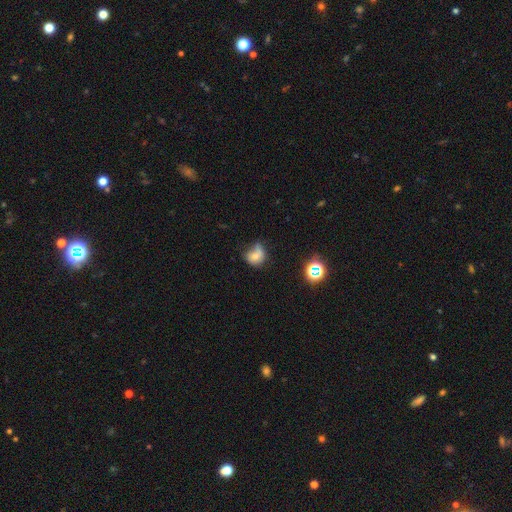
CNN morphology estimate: A smooth galaxy with no disk features (63%) that is round (64%).

Vote fractions:
- Smooth or featured? smooth: 63% / featured or disk: 22% / star or artifact: 15%
- How rounded? round: 64% / in between: 35% / cigar-shaped: 1%
- Merging? none: 32% / minor disturbance: 31% / major disturbance: 20% / merger: 17%